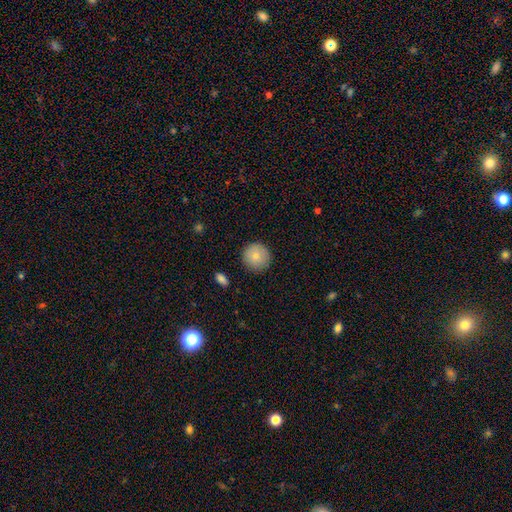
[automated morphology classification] The model was most divided on "smooth or featured": smooth: 82%, featured or disk: 11%, star or artifact: 7%. More confident: how rounded — round (95%); merging — none (89%).